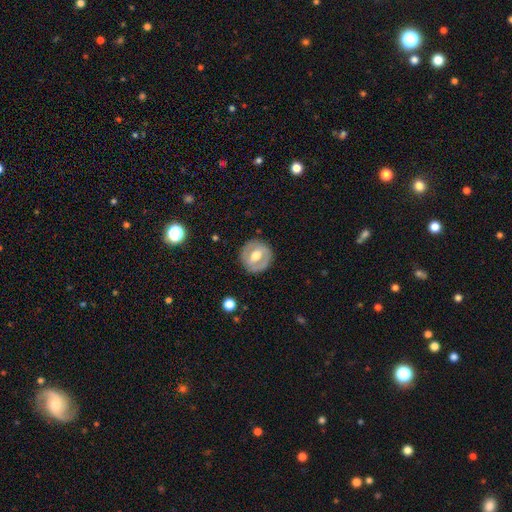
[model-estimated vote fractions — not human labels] Overall: featured or disk (55%; smooth 39%). Edge-on disk: no (94%). Bar: weak (42%; no 33%). Spiral arms: no (71%). Bulge size: moderate (71%). Merging: none (85%).